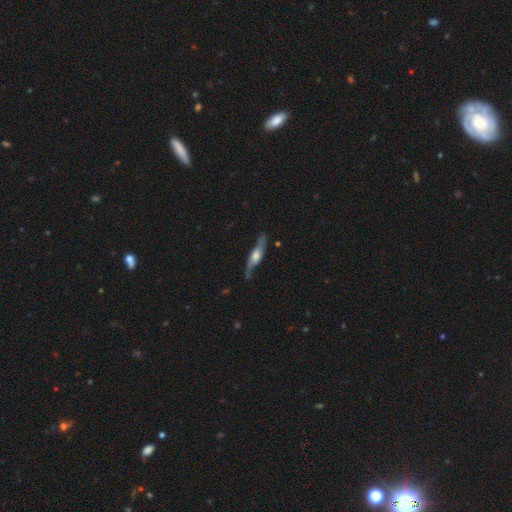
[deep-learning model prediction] Overall: featured or disk (65%; smooth 30%). Edge-on disk: yes (69%; no 31%). Merging: none (72%).